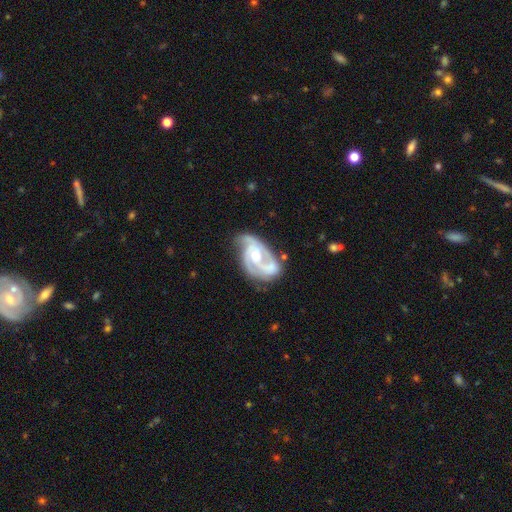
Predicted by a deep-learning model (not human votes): Smooth or featured: featured or disk — 89% (smooth — 7%)
Edge-on disk: no — 98% (yes — 2%)
Bar: no — 56% (weak — 35%)
Spiral arms: yes — 97% (no — 3%)
Spiral winding: medium — 47% (tight — 43%)
Spiral arm count: 3 — 45% (2 — 37%)
Bulge size: moderate — 64% (small — 28%)
Merging: none — 50% (minor disturbance — 28%)